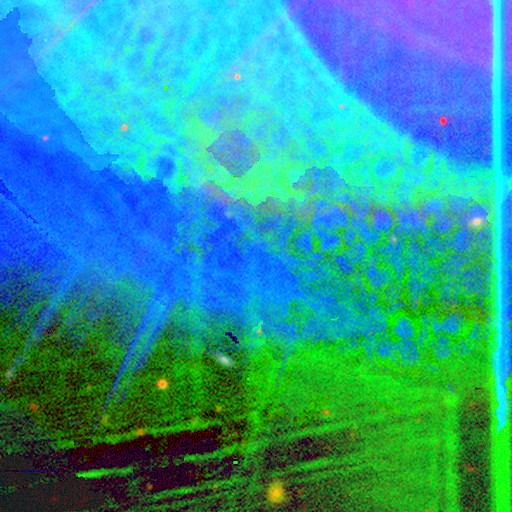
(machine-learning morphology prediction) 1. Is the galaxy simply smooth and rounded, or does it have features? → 84% star or artifact, 9% featured or disk, 6% smooth.